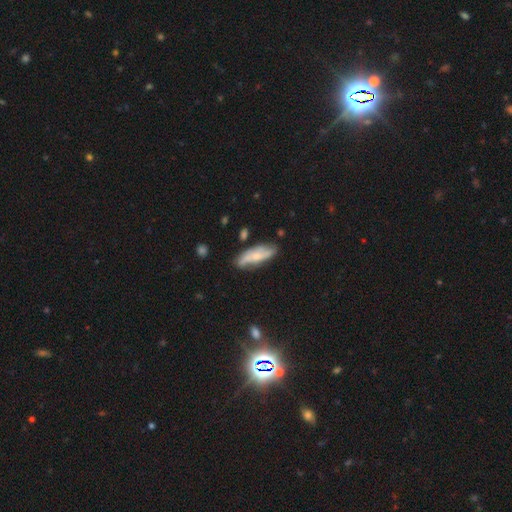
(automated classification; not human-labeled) smooth-or-featured: featured or disk: 48% | smooth: 45% | star or artifact: 7%
  merging: none: 68% | minor disturbance: 23% | major disturbance: 5% | merger: 4%